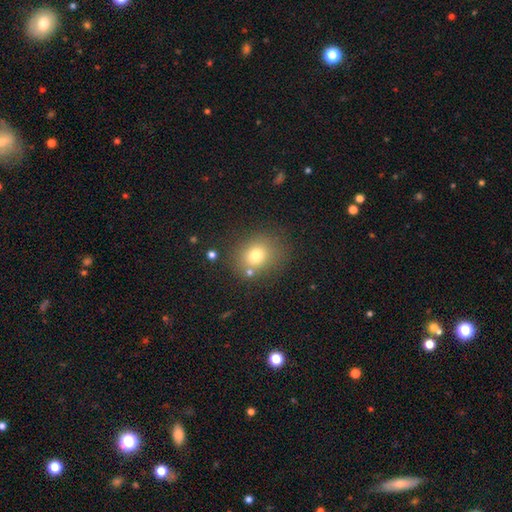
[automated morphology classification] Smooth or featured? smooth (74%)
How rounded? round (64%)
Merging? none (76%)